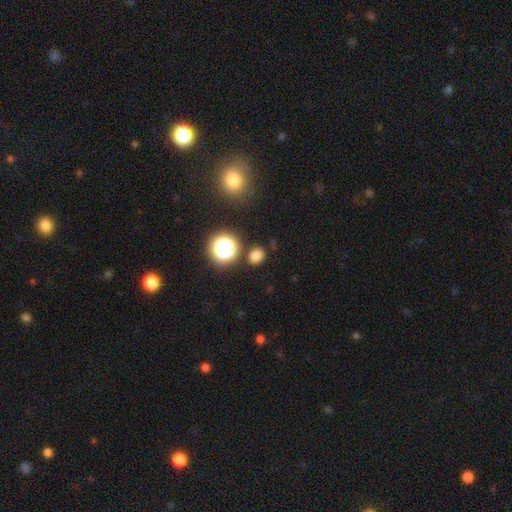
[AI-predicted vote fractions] Smooth or featured? Predicted: smooth (p=0.75). How rounded? Predicted: round (p=0.60). Merging? Predicted: none (p=0.84).